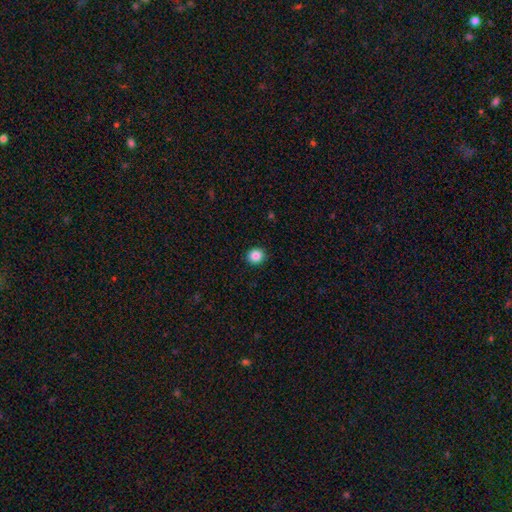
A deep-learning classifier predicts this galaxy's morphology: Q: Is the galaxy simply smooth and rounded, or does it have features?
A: smooth — 86%.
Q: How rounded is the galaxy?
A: round — 86%.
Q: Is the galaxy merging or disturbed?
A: none — 91%.